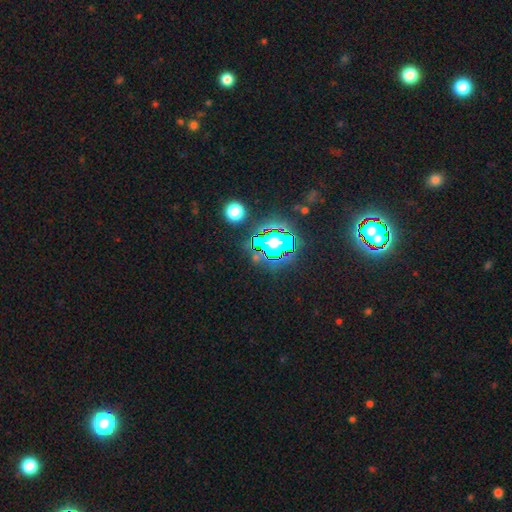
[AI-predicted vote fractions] This appears to be a star or artifact, not a galaxy (69%).